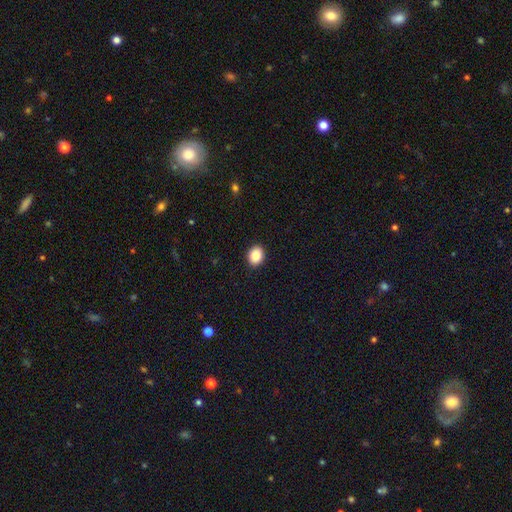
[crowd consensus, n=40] Morphology: type=smooth (88%); roundness=in between (60%); merging=none (92%).